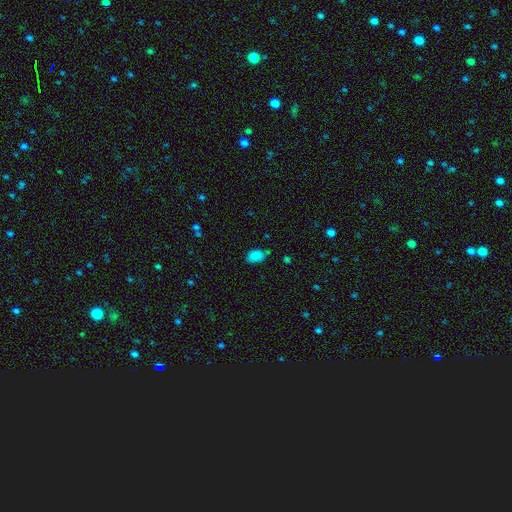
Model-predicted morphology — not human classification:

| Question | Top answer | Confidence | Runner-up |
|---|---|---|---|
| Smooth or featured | smooth | 85% | star or artifact (10%) |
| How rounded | in between | 86% | round (13%) |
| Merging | none | 71% | minor disturbance (20%) |